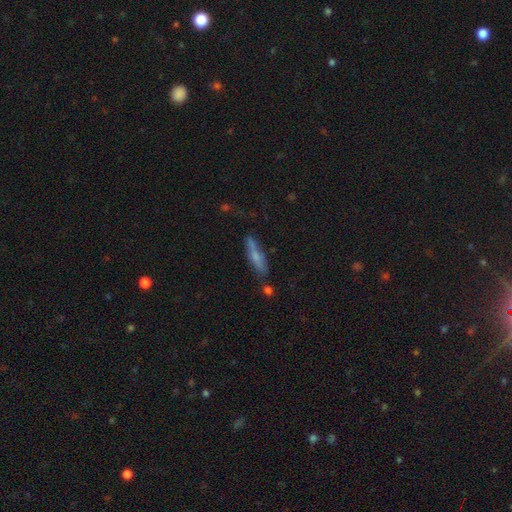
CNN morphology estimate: type=smooth (58%); roundness=cigar-shaped (83%); merging=none (69%).